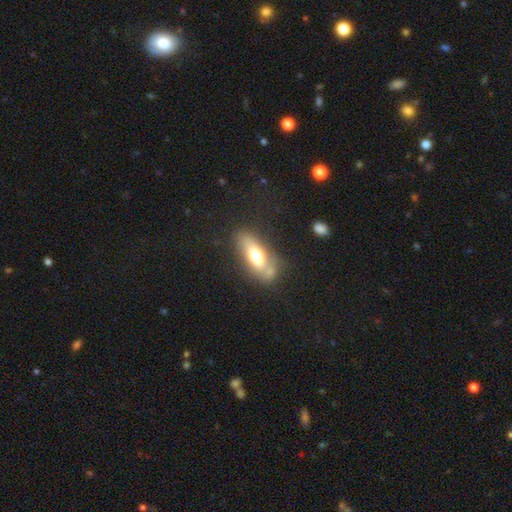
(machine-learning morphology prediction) Q: Smooth or featured?
A: smooth (59%); runner-up: featured or disk (33%)
Q: How rounded?
A: in between (68%); runner-up: cigar-shaped (29%)
Q: Merging?
A: none (63%); runner-up: minor disturbance (19%)